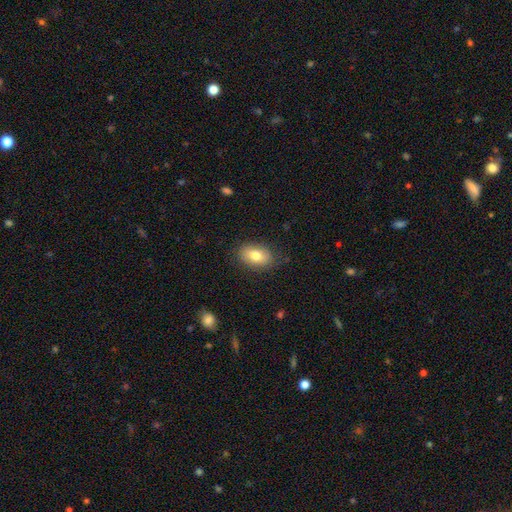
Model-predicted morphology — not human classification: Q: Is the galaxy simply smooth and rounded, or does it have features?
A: smooth — 78%.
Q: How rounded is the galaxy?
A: in between — 87%.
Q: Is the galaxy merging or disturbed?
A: none — 83%.